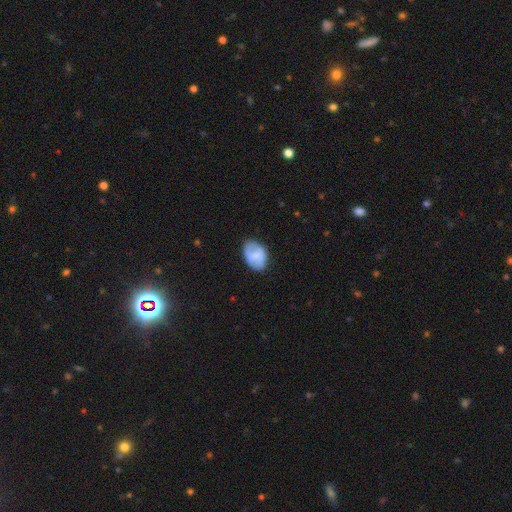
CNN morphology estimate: Overall: smooth (65%; featured or disk 28%). How rounded: in between (81%). Merging: none (71%).